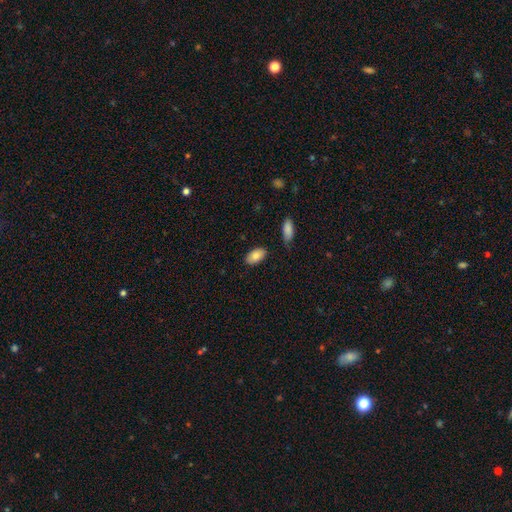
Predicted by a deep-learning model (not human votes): A smooth galaxy with no disk features (84%) that is in between round and cigar-shaped (95%). Merging: none (83%).